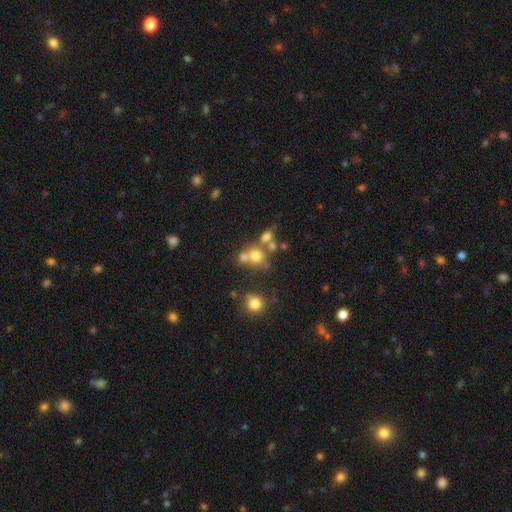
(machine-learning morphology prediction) type=smooth (65%); roundness=round (80%); merging=none (43%).